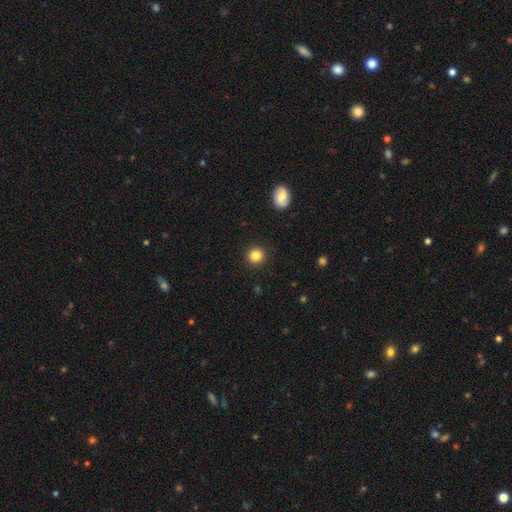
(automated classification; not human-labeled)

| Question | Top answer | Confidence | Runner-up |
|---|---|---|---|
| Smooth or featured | smooth | 84% | star or artifact (11%) |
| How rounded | round | 94% | in between (5%) |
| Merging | none | 92% | minor disturbance (5%) |